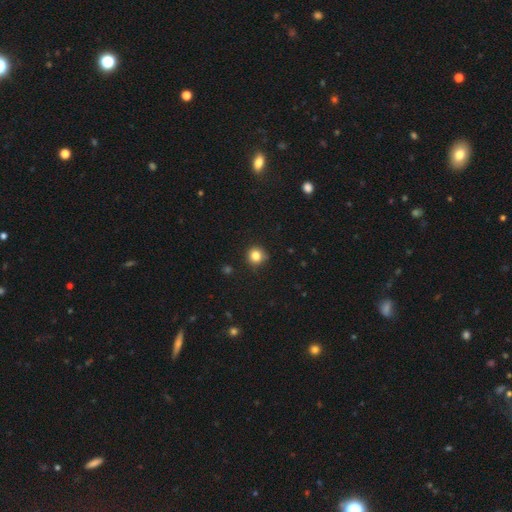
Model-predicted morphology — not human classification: This is clearly a smooth galaxy (83%). How rounded: clearly round (93%). Merging: clearly none (85%).